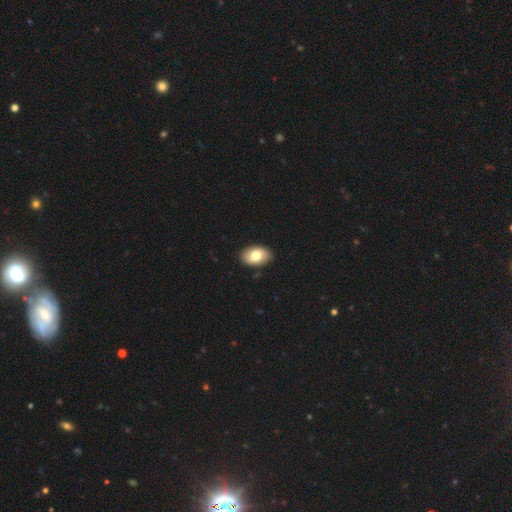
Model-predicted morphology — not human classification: Q: Smooth or featured?
A: smooth (77%); runner-up: featured or disk (16%)
Q: How rounded?
A: in between (90%); runner-up: round (9%)
Q: Merging?
A: none (89%); runner-up: minor disturbance (8%)